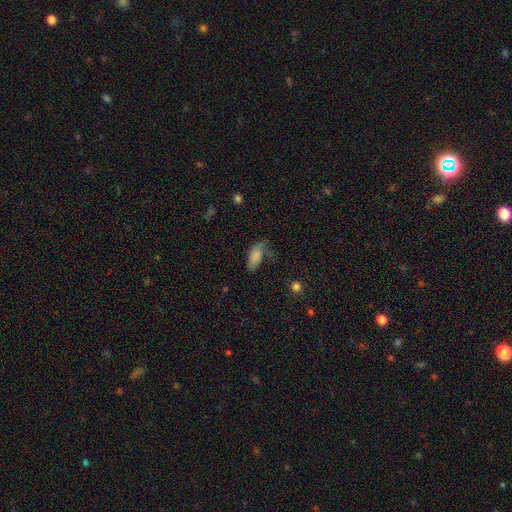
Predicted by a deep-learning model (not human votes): Q: Smooth or featured?
A: smooth (75%); runner-up: featured or disk (16%)
Q: How rounded?
A: in between (90%); runner-up: cigar-shaped (7%)
Q: Merging?
A: none (41%); runner-up: minor disturbance (32%)